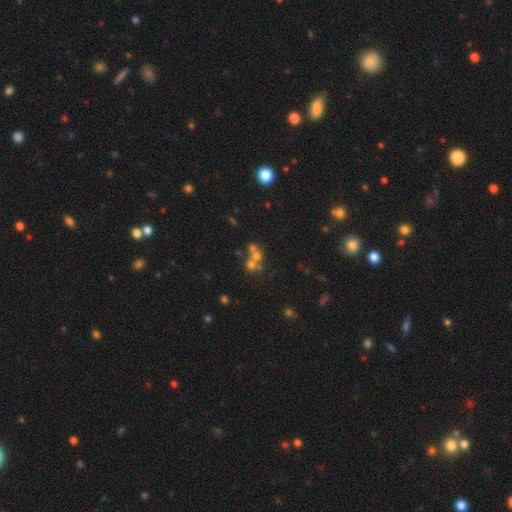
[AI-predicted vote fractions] This is possibly a smooth galaxy (46%). Merging: possibly merger (50%).